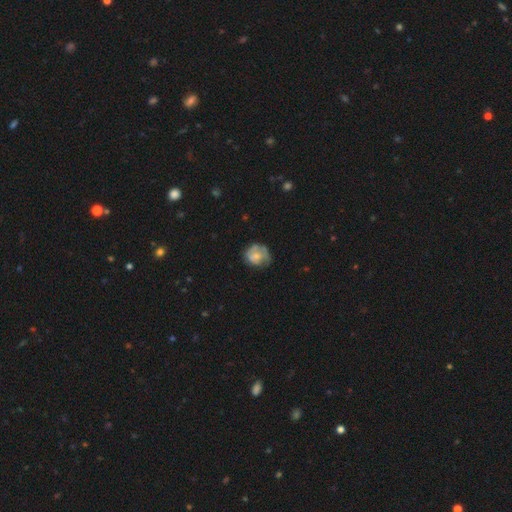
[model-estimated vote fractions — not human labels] smooth-or-featured: smooth: 49% | featured or disk: 43% | star or artifact: 8%
  merging: none: 51% | minor disturbance: 30% | major disturbance: 15% | merger: 3%